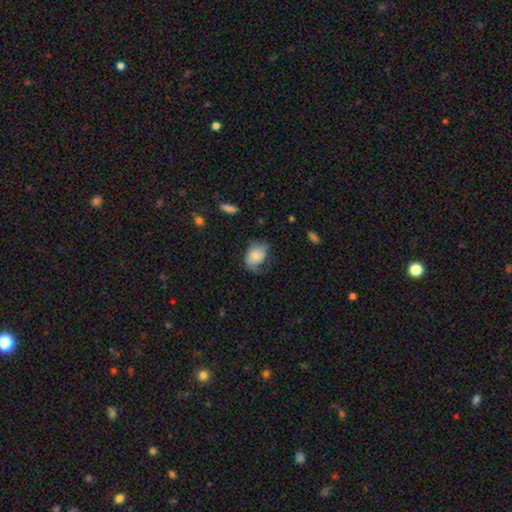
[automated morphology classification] This appears to be a smooth galaxy with no disk features (73%) that is in between round and cigar-shaped (76%). Merging: none (44%).